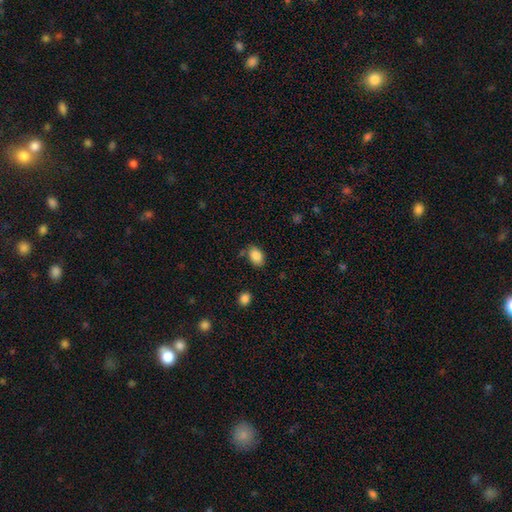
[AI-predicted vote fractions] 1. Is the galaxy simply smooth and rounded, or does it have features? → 86% smooth, 8% star or artifact, 5% featured or disk.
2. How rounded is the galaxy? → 83% in between, 16% round, 1% cigar-shaped.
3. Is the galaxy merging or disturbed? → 75% none, 16% minor disturbance, 5% merger, 4% major disturbance.